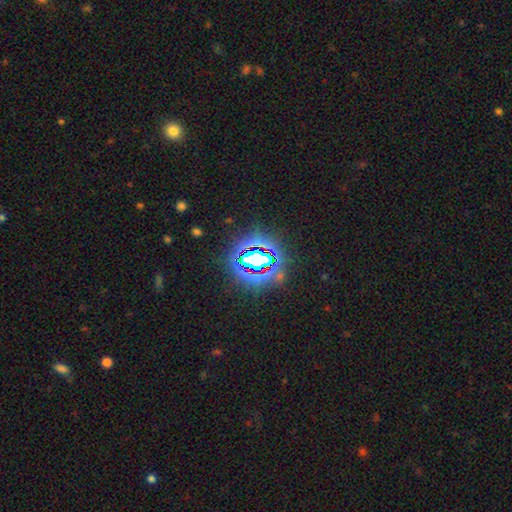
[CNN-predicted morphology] star or artifact 76%, smooth 14%, featured or disk 9%.